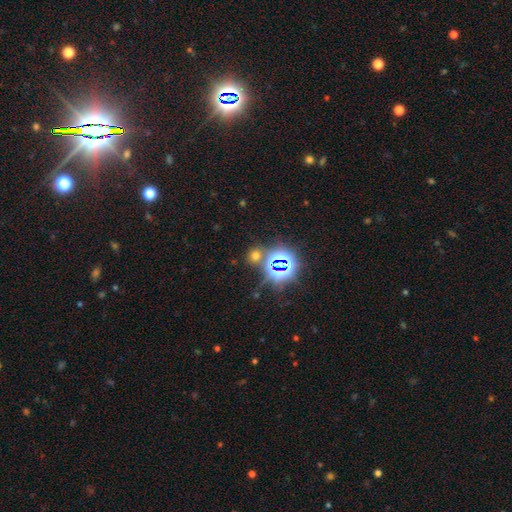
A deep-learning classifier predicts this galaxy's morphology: smooth-or-featured: smooth: 47% | star or artifact: 46% | featured or disk: 7%
  merging: none: 76% | merger: 11% | minor disturbance: 9% | major disturbance: 4%